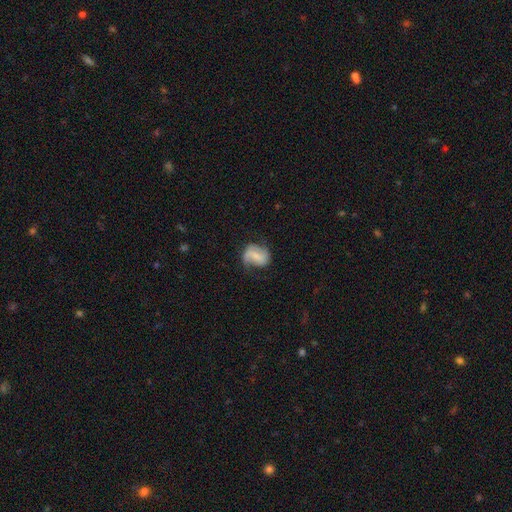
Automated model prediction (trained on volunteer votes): This appears to be a featured or disk galaxy (62%) with a weak bar (44%), 2 (69%) medium (42%) spiral arms (88%) and a small central bulge (44%). Merging: none (54%).